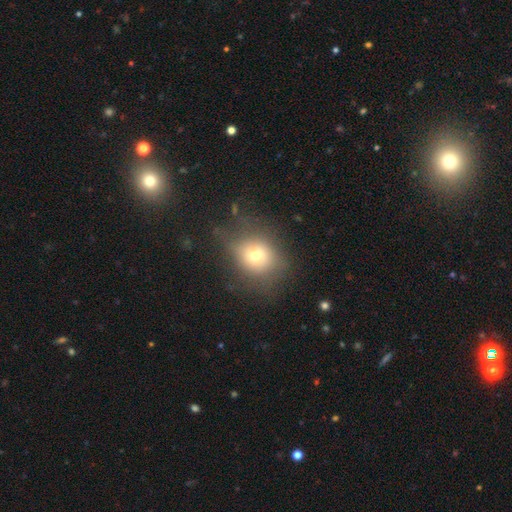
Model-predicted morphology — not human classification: A smooth galaxy with no disk features (68%) that is round (72%).

Vote fractions:
- Smooth or featured? smooth: 68% / featured or disk: 17% / star or artifact: 15%
- How rounded? round: 72% / in between: 27% / cigar-shaped: 1%
- Merging? none: 63% / minor disturbance: 21% / major disturbance: 14% / merger: 2%